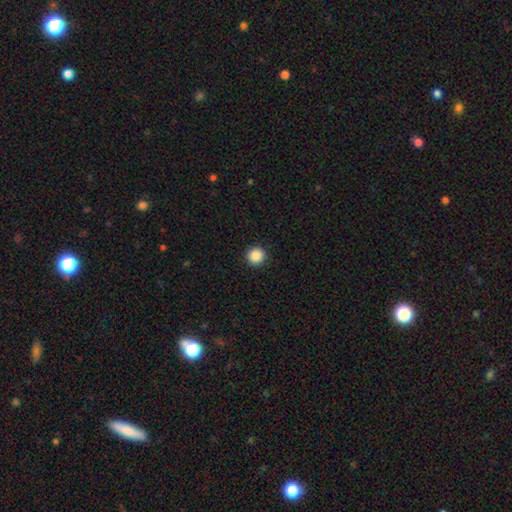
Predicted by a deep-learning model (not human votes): A smooth galaxy with no disk features (88%) that is round (94%).

Vote fractions:
- Smooth or featured? smooth: 88% / star or artifact: 10% / featured or disk: 3%
- How rounded? round: 94% / in between: 5% / cigar-shaped: 1%
- Merging? none: 93% / minor disturbance: 4% / major disturbance: 2% / merger: 1%